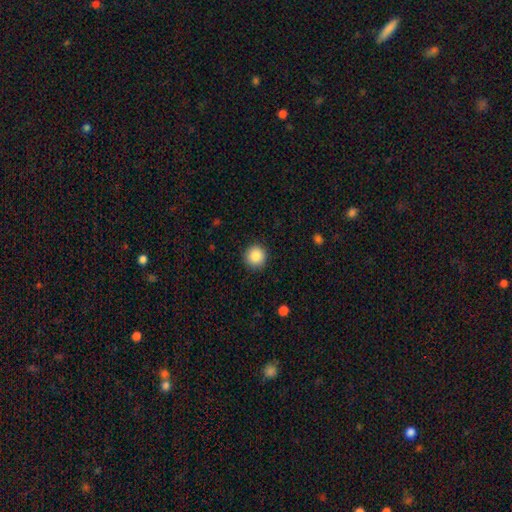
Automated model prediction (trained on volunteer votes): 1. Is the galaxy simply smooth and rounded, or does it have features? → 88% smooth, 9% star or artifact, 4% featured or disk.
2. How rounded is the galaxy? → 94% round, 5% in between, 1% cigar-shaped.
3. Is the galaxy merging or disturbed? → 91% none, 6% minor disturbance, 2% major disturbance, 1% merger.